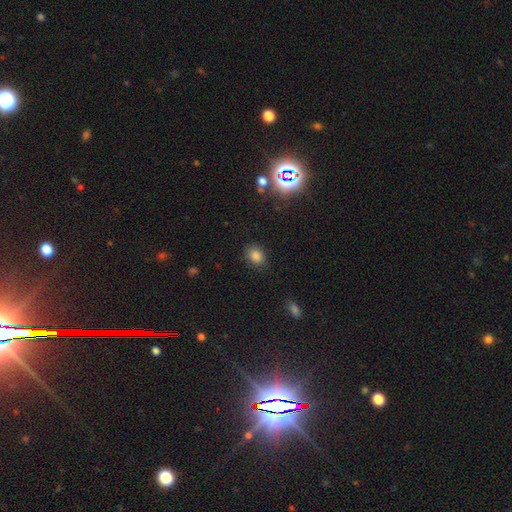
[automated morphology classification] A smooth galaxy with no disk features (82%) that is round (52%).

Vote fractions:
- Smooth or featured? smooth: 82% / star or artifact: 13% / featured or disk: 5%
- How rounded? round: 52% / in between: 47% / cigar-shaped: 1%
- Merging? none: 85% / minor disturbance: 11% / major disturbance: 3% / merger: 1%